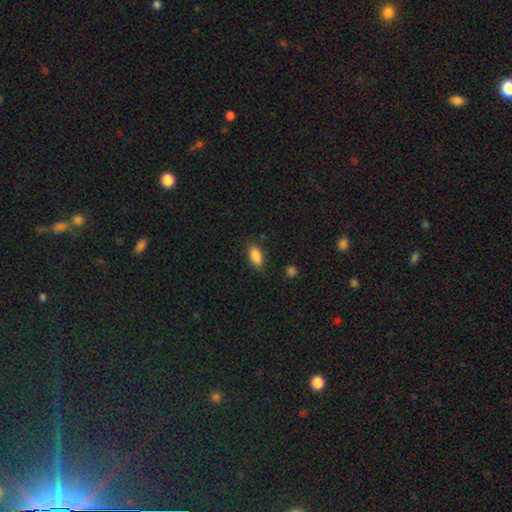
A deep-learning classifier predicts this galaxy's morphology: Q: Smooth or featured?
A: smooth (87%); runner-up: star or artifact (8%)
Q: How rounded?
A: in between (90%); runner-up: cigar-shaped (5%)
Q: Merging?
A: none (83%); runner-up: minor disturbance (12%)